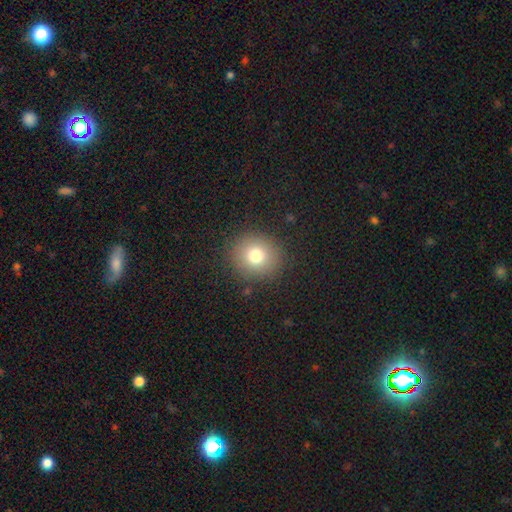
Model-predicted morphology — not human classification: smooth_or_featured: smooth (p=0.77) [alt: star or artifact p=0.13]
how_rounded: round (p=0.86) [alt: in between p=0.13]
merging: none (p=0.88) [alt: minor disturbance p=0.07]